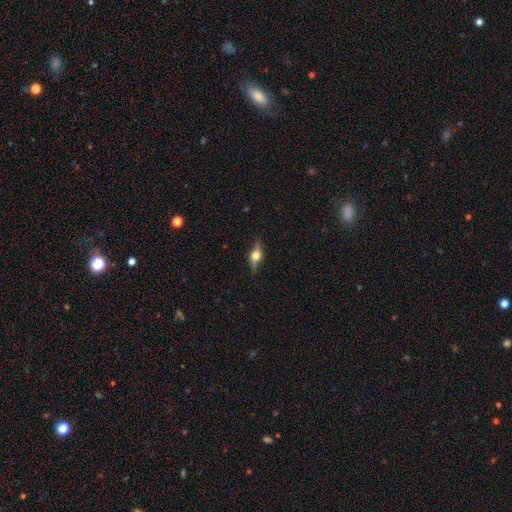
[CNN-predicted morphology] A featured or disk galaxy (67%) viewed edge-on (92%) with a rounded central bulge (95%).

Vote fractions:
- Smooth or featured? featured or disk: 67% / smooth: 25% / star or artifact: 7%
- Edge-on disk? yes: 92% / no: 8%
- Edge-on bulge? rounded: 95% / boxy: 3% / none: 1%
- Merging? none: 83% / minor disturbance: 12% / major disturbance: 3% / merger: 1%